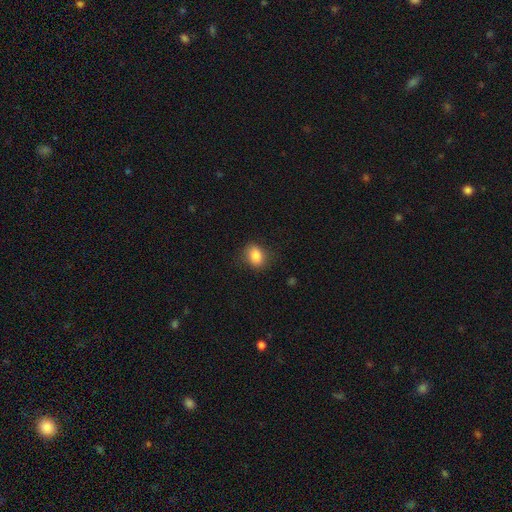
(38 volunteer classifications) Smooth or featured? 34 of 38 (89%) said smooth. How rounded? 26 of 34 (76%) said in between. Merging? 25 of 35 (71%) said none.